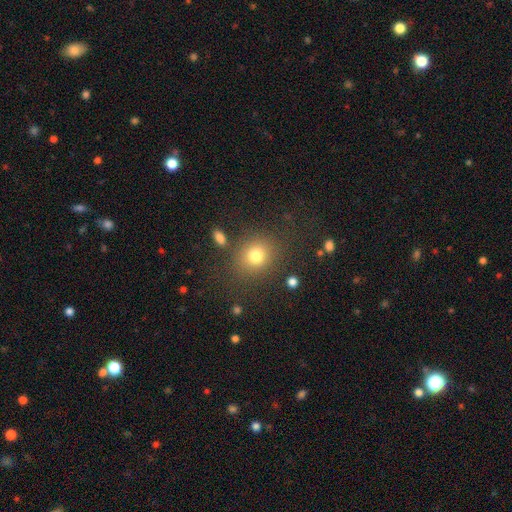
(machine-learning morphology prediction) This is likely a smooth galaxy (79%). How rounded: likely round (74%). Merging: likely none (80%).